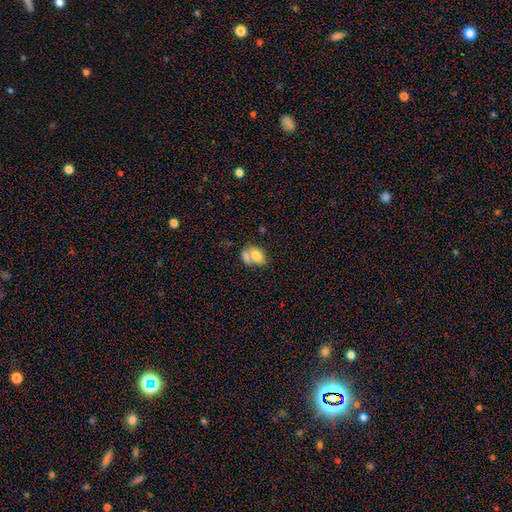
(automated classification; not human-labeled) Smooth or featured? Predicted: smooth (p=0.74). How rounded? Predicted: in between (p=0.78). Merging? Predicted: merger (p=0.55).